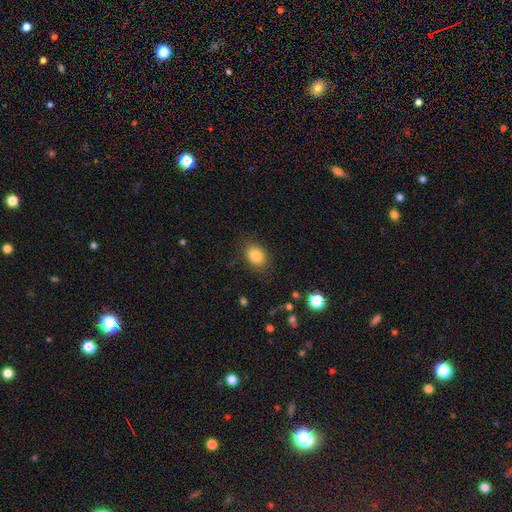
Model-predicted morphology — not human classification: type=smooth (84%); roundness=in between (61%); merging=none (82%).